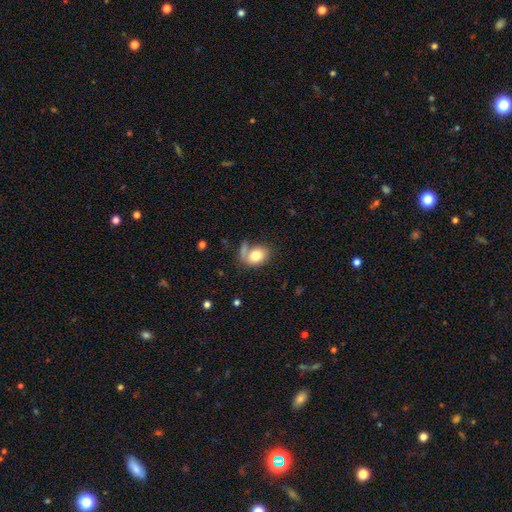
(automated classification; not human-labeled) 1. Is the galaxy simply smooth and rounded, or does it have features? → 76% smooth, 16% featured or disk, 8% star or artifact.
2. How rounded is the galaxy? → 66% in between, 32% round, 1% cigar-shaped.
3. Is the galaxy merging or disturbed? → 50% none, 19% minor disturbance, 16% merger, 15% major disturbance.